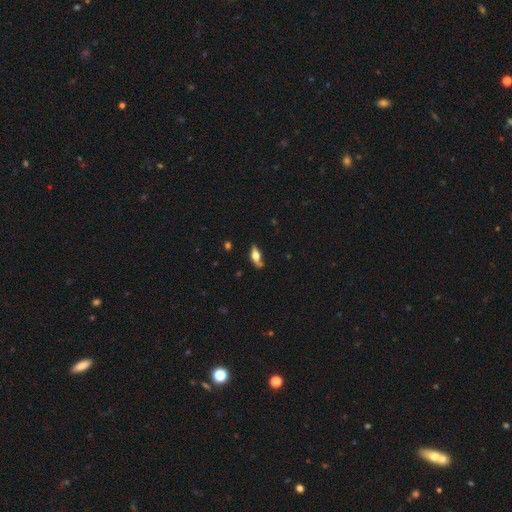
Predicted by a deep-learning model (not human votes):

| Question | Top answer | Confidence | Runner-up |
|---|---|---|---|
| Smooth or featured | smooth | 50% | featured or disk (43%) |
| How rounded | in between | 70% | cigar-shaped (26%) |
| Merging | none | 71% | minor disturbance (21%) |